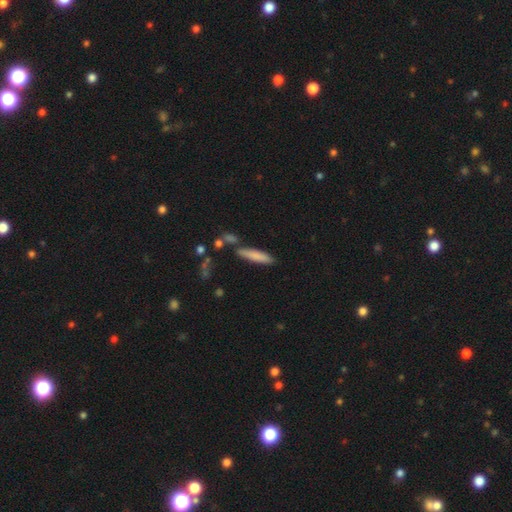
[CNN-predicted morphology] Smooth or featured?
  - smooth: 79% *
  - featured or disk: 14%
  - star or artifact: 7%
How rounded?
  - cigar-shaped: 84% *
  - in between: 15%
  - round: 2%
Merging?
  - none: 76% *
  - minor disturbance: 13%
  - merger: 8%
  - major disturbance: 3%